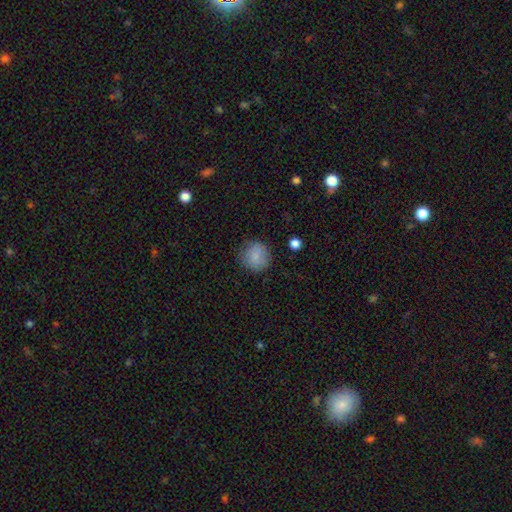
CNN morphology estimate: Smooth or featured? smooth (84%)
How rounded? round (89%)
Merging? none (80%)